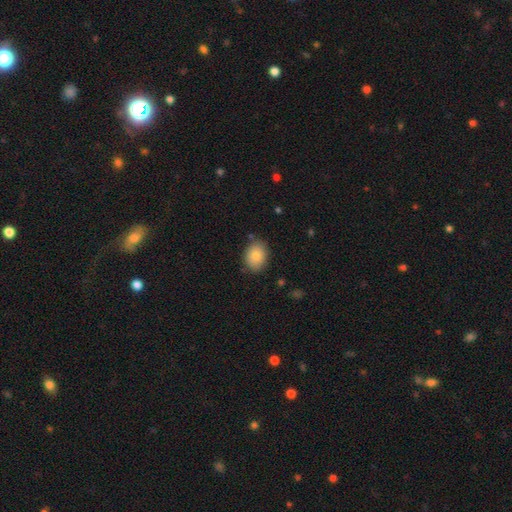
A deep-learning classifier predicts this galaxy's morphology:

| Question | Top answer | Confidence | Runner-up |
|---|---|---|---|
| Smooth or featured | smooth | 84% | featured or disk (8%) |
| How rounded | in between | 61% | round (38%) |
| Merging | none | 82% | minor disturbance (13%) |